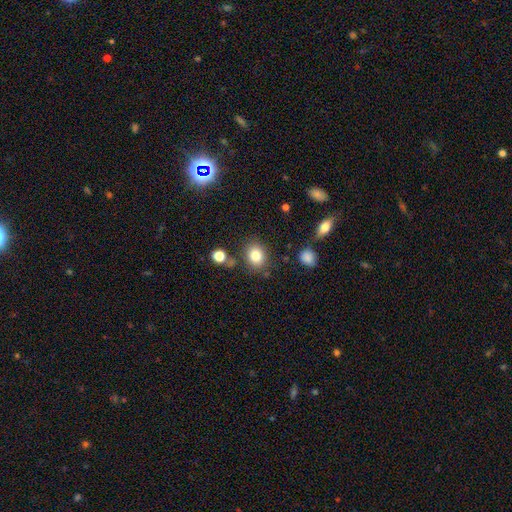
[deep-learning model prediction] Smooth or featured: smooth — 82% (star or artifact — 11%)
How rounded: round — 60% (in between — 39%)
Merging: none — 79% (minor disturbance — 12%)